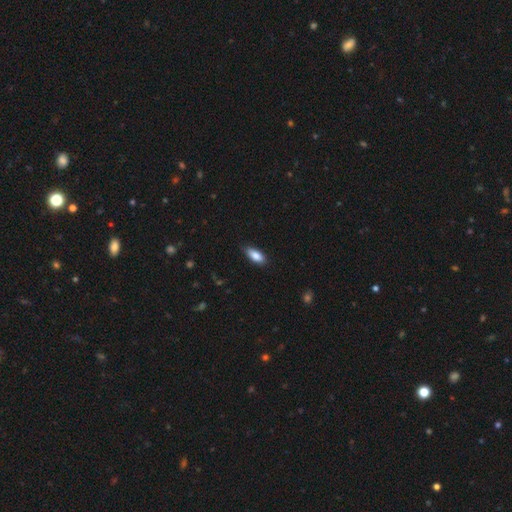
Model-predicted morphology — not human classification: Smooth or featured? Predicted: smooth (p=0.86). How rounded? Predicted: in between (p=0.82). Merging? Predicted: none (p=0.78).